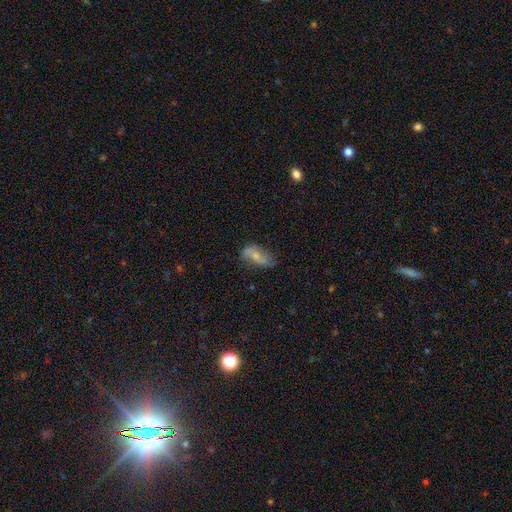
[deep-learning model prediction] Overall: smooth (52%; featured or disk 40%). How rounded: in between (82%). Merging: none (55%; minor disturbance 31%).